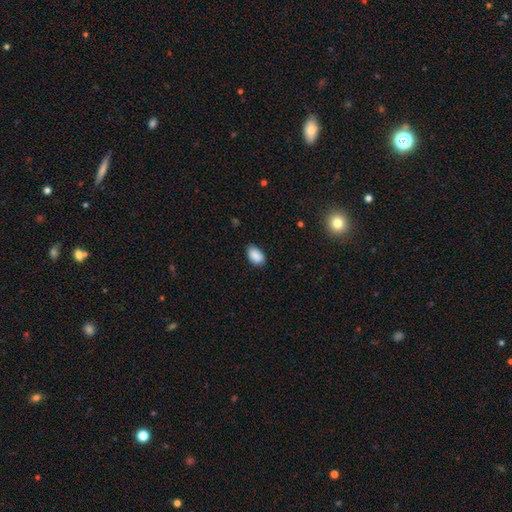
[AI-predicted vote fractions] This is clearly a smooth galaxy (88%). How rounded: clearly in between (92%). Merging: clearly none (81%).